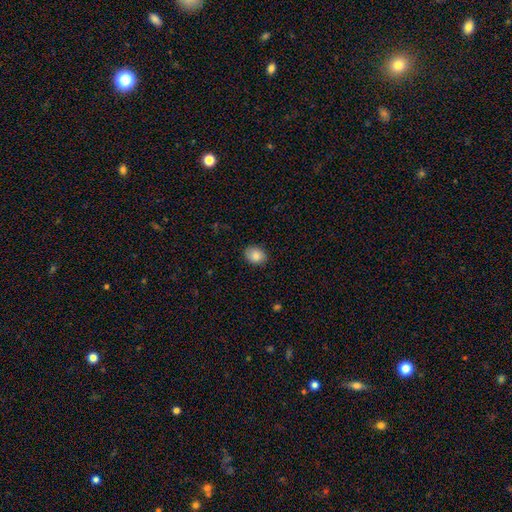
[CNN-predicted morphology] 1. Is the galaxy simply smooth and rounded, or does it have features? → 86% smooth, 8% star or artifact, 6% featured or disk.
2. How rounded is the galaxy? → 57% in between, 42% round, 1% cigar-shaped.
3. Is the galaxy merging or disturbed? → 86% none, 11% minor disturbance, 2% major disturbance, 1% merger.